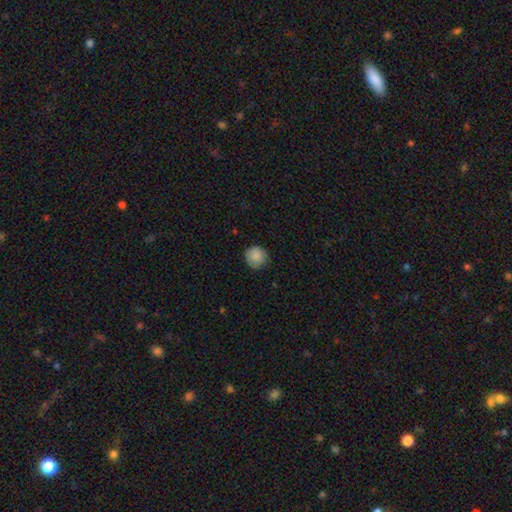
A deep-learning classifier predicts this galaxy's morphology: Smooth or featured? smooth (87%)
How rounded? round (93%)
Merging? none (84%)